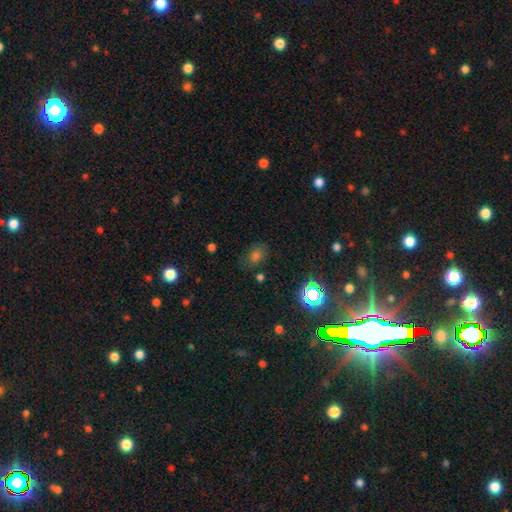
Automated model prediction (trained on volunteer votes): Smooth or featured? smooth (57%)
How rounded? in between (65%)
Merging? none (75%)